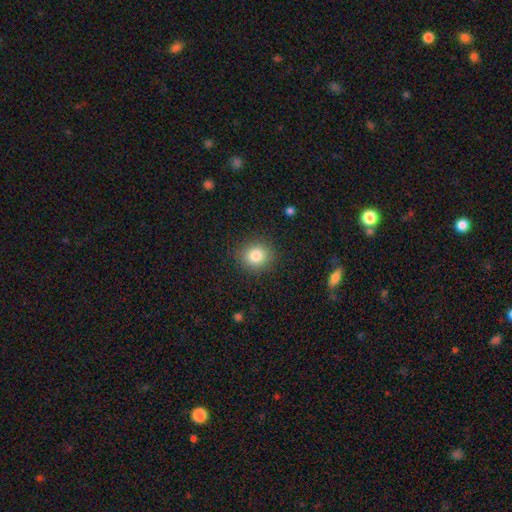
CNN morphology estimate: smooth-or-featured: smooth: 82% | star or artifact: 11% | featured or disk: 7%
  how-rounded: round: 83% | in between: 16% | cigar-shaped: 1%
  merging: none: 89% | minor disturbance: 8% | major disturbance: 2% | merger: 1%